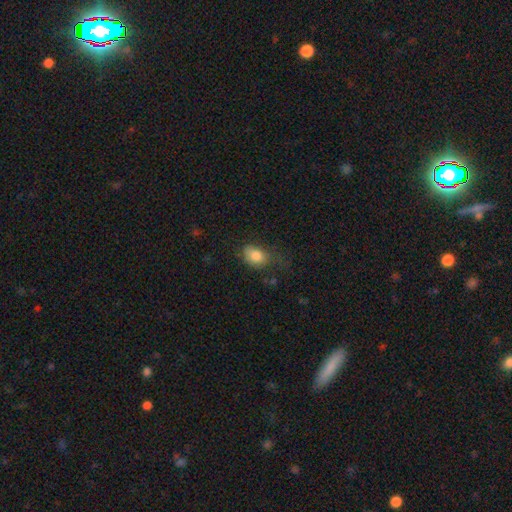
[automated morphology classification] Smooth or featured: smooth — 83% (star or artifact — 9%)
How rounded: in between — 75% (round — 23%)
Merging: none — 45% (minor disturbance — 33%)